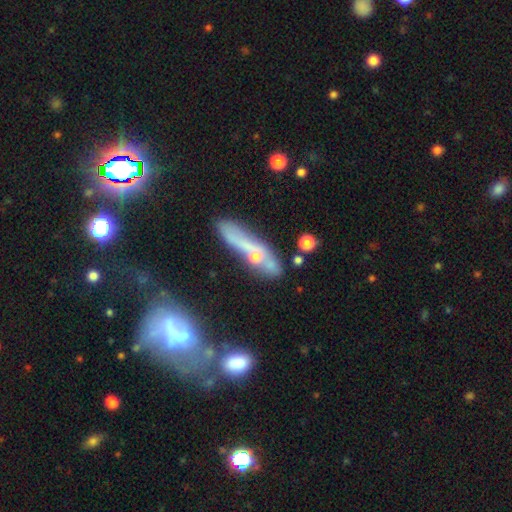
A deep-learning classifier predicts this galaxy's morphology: smooth-or-featured: featured or disk: 49% | smooth: 37% | star or artifact: 14%
  merging: none: 52% | minor disturbance: 21% | merger: 16% | major disturbance: 11%